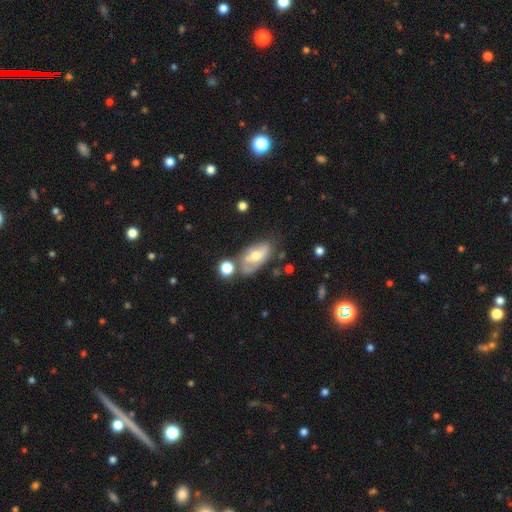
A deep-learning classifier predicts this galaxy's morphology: A featured or disk galaxy (51%).

Vote fractions:
- Smooth or featured? featured or disk: 51% / smooth: 41% / star or artifact: 8%
- Edge-on disk? no: 86% / yes: 14%
- Merging? none: 49% / minor disturbance: 24% / merger: 16% / major disturbance: 11%